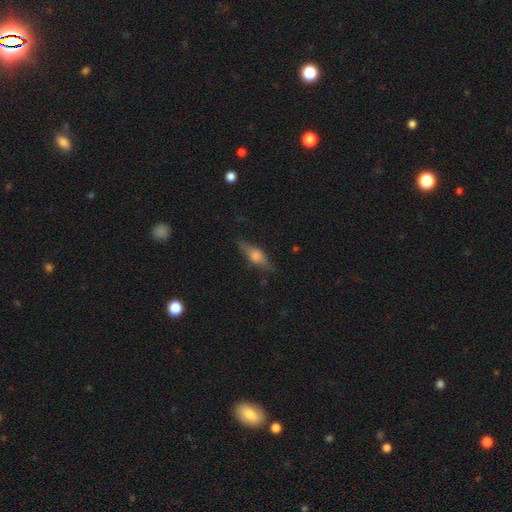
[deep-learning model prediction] A featured or disk galaxy (56%) viewed edge-on (94%) with a rounded central bulge (89%).

Vote fractions:
- Smooth or featured? featured or disk: 56% / smooth: 36% / star or artifact: 8%
- Edge-on disk? yes: 94% / no: 6%
- Edge-on bulge? rounded: 89% / boxy: 9% / none: 2%
- Merging? none: 82% / minor disturbance: 14% / major disturbance: 3% / merger: 1%